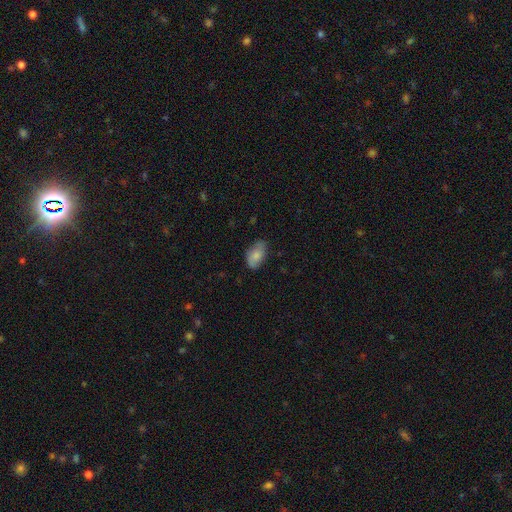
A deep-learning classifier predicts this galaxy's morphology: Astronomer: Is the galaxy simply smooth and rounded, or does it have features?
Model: smooth — 78%.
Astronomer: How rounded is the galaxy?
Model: in between — 93%.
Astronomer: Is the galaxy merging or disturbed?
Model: none — 71%.